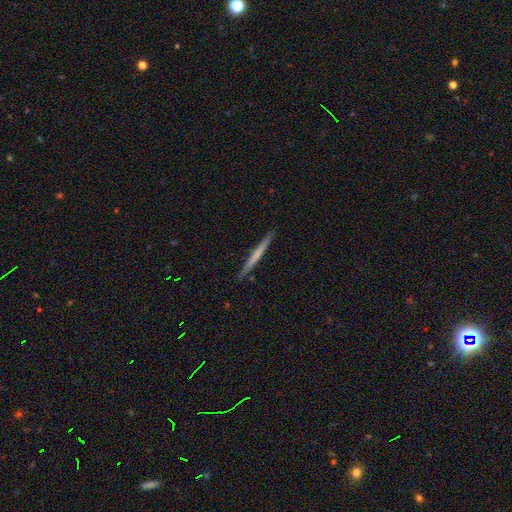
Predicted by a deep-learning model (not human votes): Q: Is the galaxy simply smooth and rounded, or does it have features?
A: smooth — 50%.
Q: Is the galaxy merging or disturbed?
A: none — 92%.